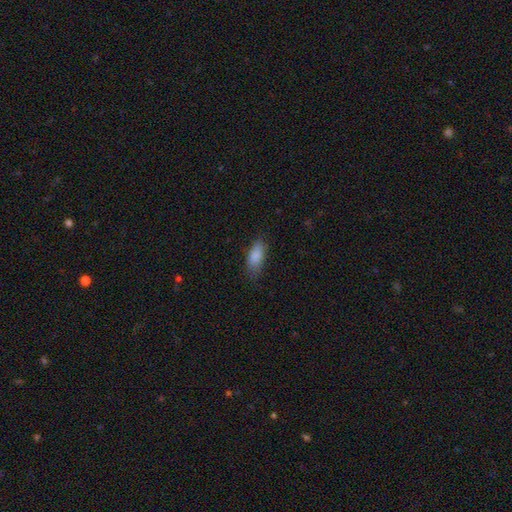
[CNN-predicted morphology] Smooth or featured?
  - smooth: 86% *
  - star or artifact: 7%
  - featured or disk: 7%
How rounded?
  - in between: 81% *
  - cigar-shaped: 16%
  - round: 2%
Merging?
  - none: 75% *
  - minor disturbance: 19%
  - major disturbance: 5%
  - merger: 1%